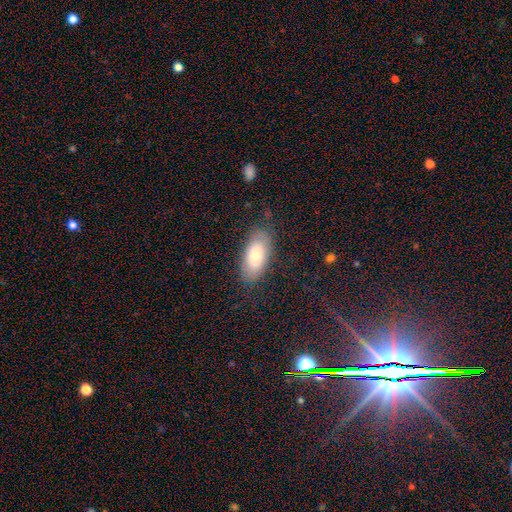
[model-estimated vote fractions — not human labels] smooth-or-featured: smooth: 69% | featured or disk: 24% | star or artifact: 8%
  how-rounded: in between: 92% | cigar-shaped: 5% | round: 4%
  merging: none: 79% | minor disturbance: 15% | major disturbance: 5% | merger: 1%